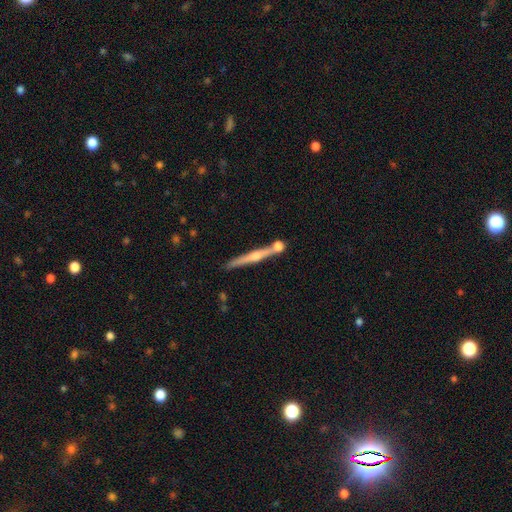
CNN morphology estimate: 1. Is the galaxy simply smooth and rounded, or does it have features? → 72% featured or disk, 22% smooth, 6% star or artifact.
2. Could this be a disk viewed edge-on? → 97% yes, 3% no.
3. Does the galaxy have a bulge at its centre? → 82% rounded, 13% none, 5% boxy.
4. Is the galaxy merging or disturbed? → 79% none, 10% merger, 9% minor disturbance, 2% major disturbance.